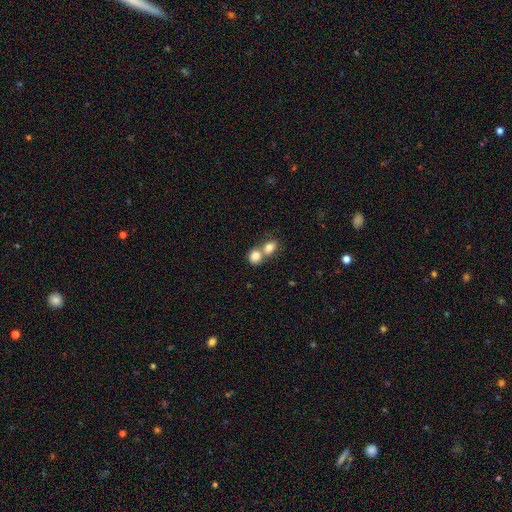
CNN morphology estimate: A smooth galaxy with no disk features (81%) that is round (59%).

Vote fractions:
- Smooth or featured? smooth: 81% / featured or disk: 10% / star or artifact: 8%
- How rounded? round: 59% / in between: 40% / cigar-shaped: 1%
- Merging? merger: 64% / none: 27% / minor disturbance: 6% / major disturbance: 3%